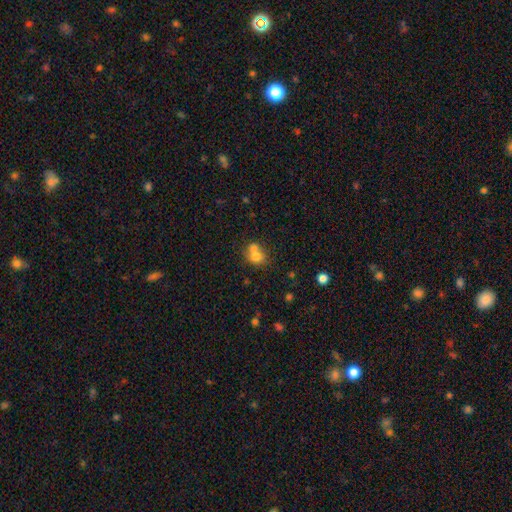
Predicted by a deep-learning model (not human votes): Overall: smooth (72%). How rounded: round (69%; in between 31%). Merging: merger (58%; none 32%).